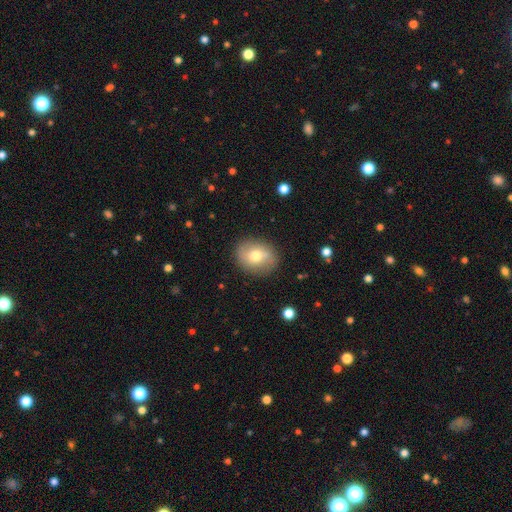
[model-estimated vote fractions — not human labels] Smooth or featured: smooth — 65% (featured or disk — 26%)
How rounded: round — 57% (in between — 42%)
Merging: none — 83% (minor disturbance — 12%)